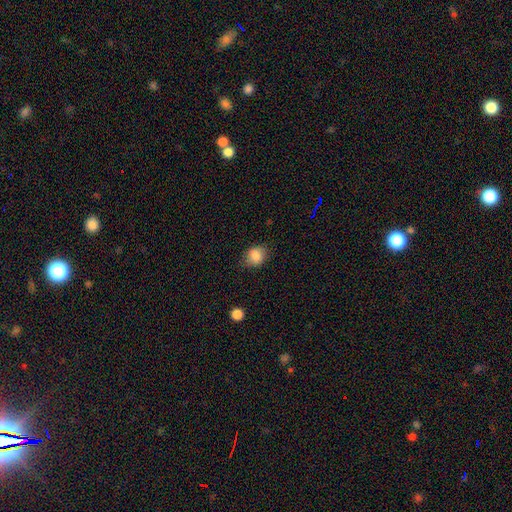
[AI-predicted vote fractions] Smooth or featured?
  - smooth: 85% *
  - star or artifact: 9%
  - featured or disk: 6%
How rounded?
  - round: 56% *
  - in between: 43%
  - cigar-shaped: 1%
Merging?
  - none: 75% *
  - minor disturbance: 19%
  - major disturbance: 4%
  - merger: 1%